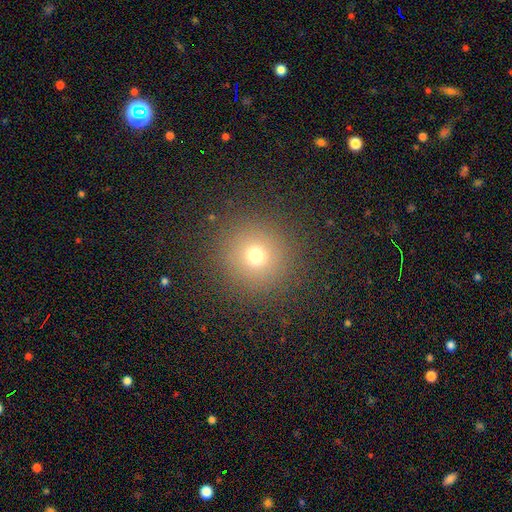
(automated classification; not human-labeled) smooth 69%, star or artifact 20%, featured or disk 10%. Down the decision tree: how rounded — round (95%); merging — none (89%).